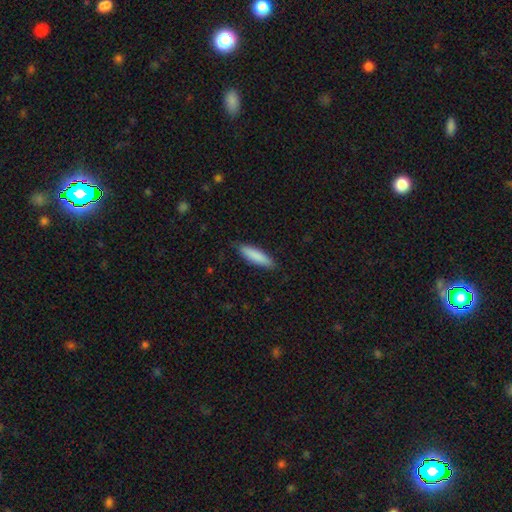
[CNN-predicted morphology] A smooth galaxy with no disk features (85%) that is cigar-shaped (71%).

Vote fractions:
- Smooth or featured? smooth: 85% / featured or disk: 9% / star or artifact: 6%
- How rounded? cigar-shaped: 71% / in between: 28% / round: 1%
- Merging? none: 84% / minor disturbance: 12% / major disturbance: 2% / merger: 1%